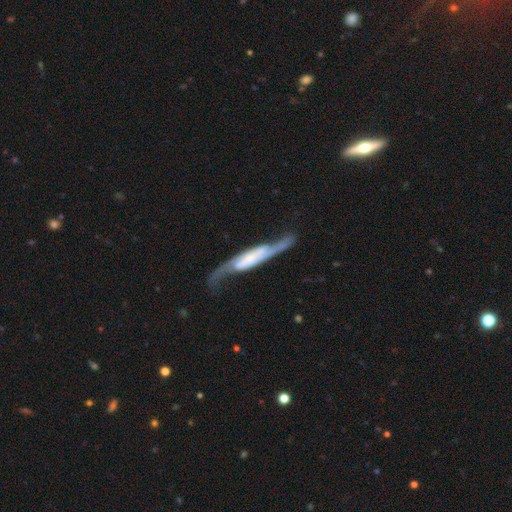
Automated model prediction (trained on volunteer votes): smooth_or_featured: featured or disk (p=0.82) [alt: smooth p=0.12]
disk_edge_on: no (p=0.60) [alt: yes p=0.40]
merging: none (p=0.64) [alt: minor disturbance p=0.20]